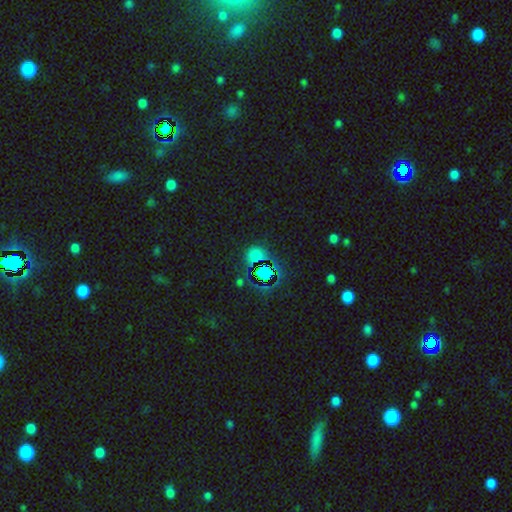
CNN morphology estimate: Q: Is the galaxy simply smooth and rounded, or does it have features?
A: star or artifact — 49%.